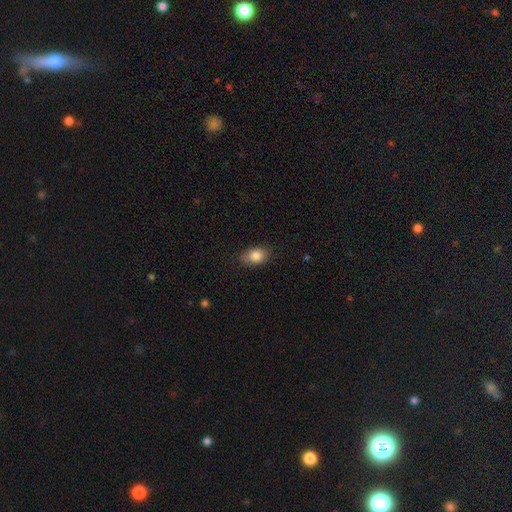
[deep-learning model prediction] Smooth or featured: smooth — 84% (star or artifact — 8%)
How rounded: in between — 79% (round — 20%)
Merging: none — 80% (minor disturbance — 16%)